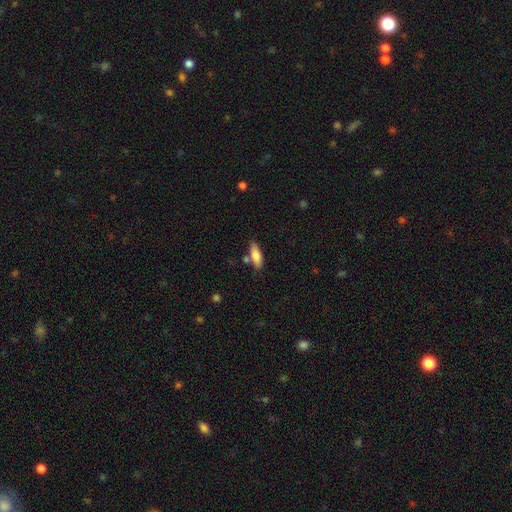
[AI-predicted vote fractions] The model was most divided on "how rounded": in between: 60%, cigar-shaped: 38%, round: 2%. More confident: smooth or featured — smooth (79%); merging — none (70%).